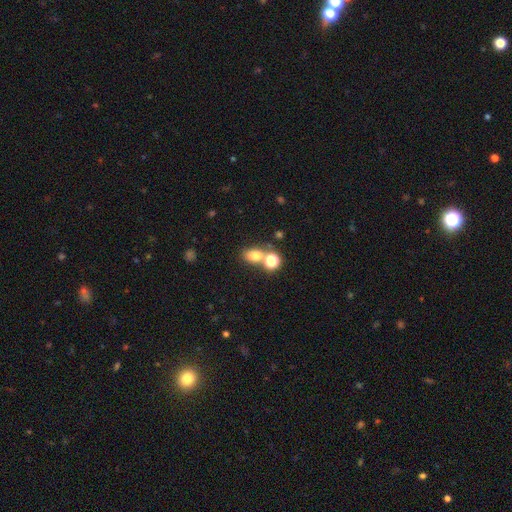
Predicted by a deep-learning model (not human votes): A smooth galaxy with no disk features (74%) that is in between round and cigar-shaped (58%). Merging: none (51%).